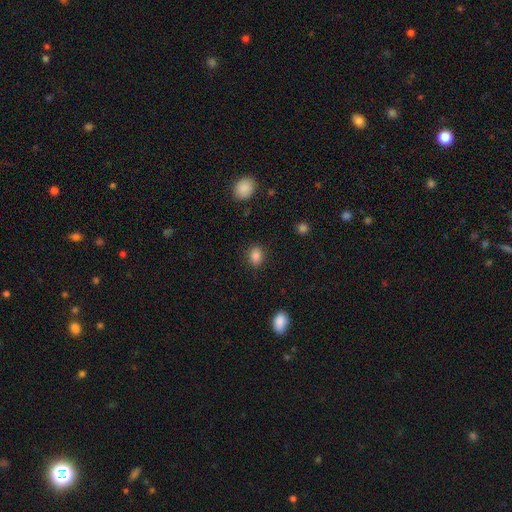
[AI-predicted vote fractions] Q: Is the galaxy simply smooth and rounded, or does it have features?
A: smooth — 86%.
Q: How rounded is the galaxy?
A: in between — 52%.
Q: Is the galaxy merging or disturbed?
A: none — 87%.